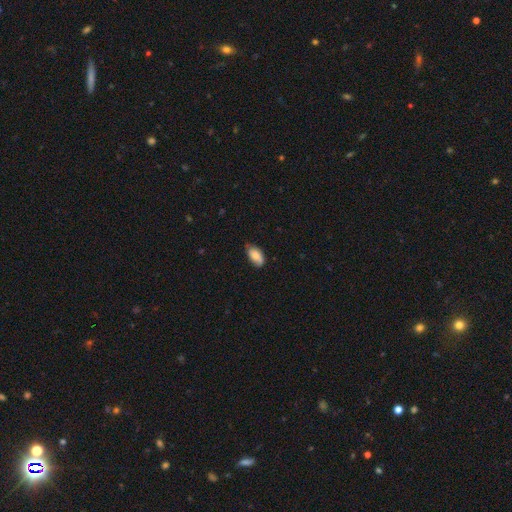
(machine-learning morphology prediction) Overall: smooth (79%). How rounded: in between (93%). Merging: none (63%; minor disturbance 31%).